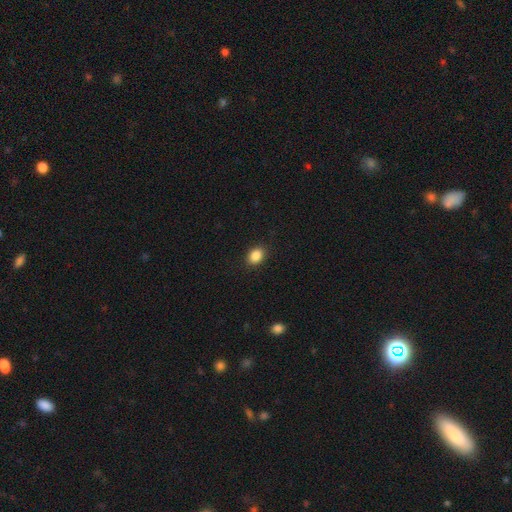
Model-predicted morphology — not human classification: A smooth galaxy with no disk features (87%) that is in between round and cigar-shaped (69%).

Vote fractions:
- Smooth or featured? smooth: 87% / star or artifact: 9% / featured or disk: 4%
- How rounded? in between: 69% / round: 30% / cigar-shaped: 1%
- Merging? none: 89% / minor disturbance: 8% / major disturbance: 2% / merger: 1%